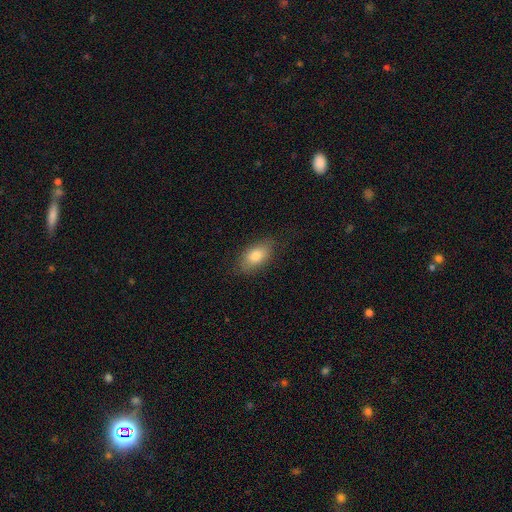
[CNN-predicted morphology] Smooth or featured: smooth — 80% (featured or disk — 13%)
How rounded: in between — 89% (round — 6%)
Merging: none — 82% (minor disturbance — 14%)